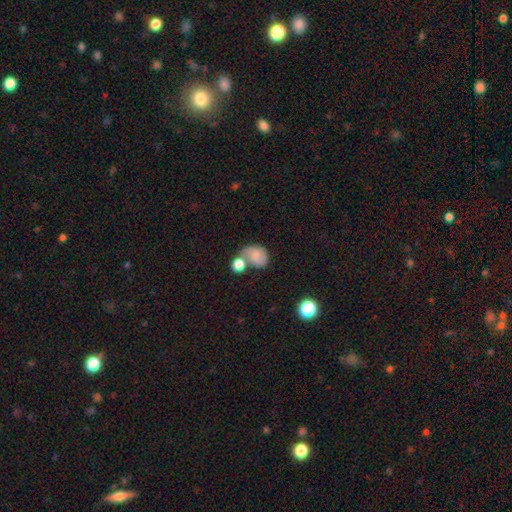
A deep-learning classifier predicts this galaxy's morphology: This is possibly a smooth galaxy (58%). How rounded: possibly in between (51%). Merging: marginally merger (39%).